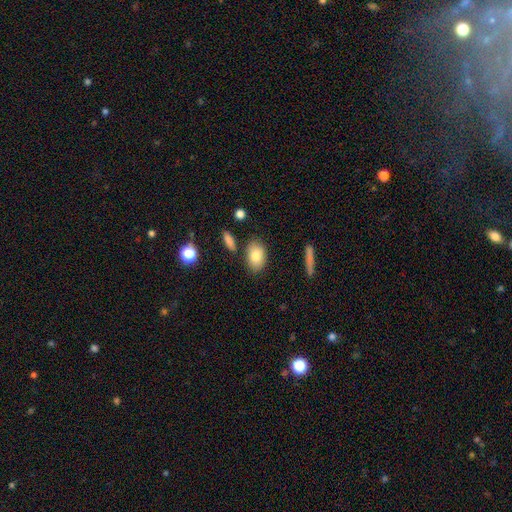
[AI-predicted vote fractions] Smooth or featured: smooth — 81% (featured or disk — 12%)
How rounded: in between — 87% (round — 11%)
Merging: none — 81% (minor disturbance — 12%)